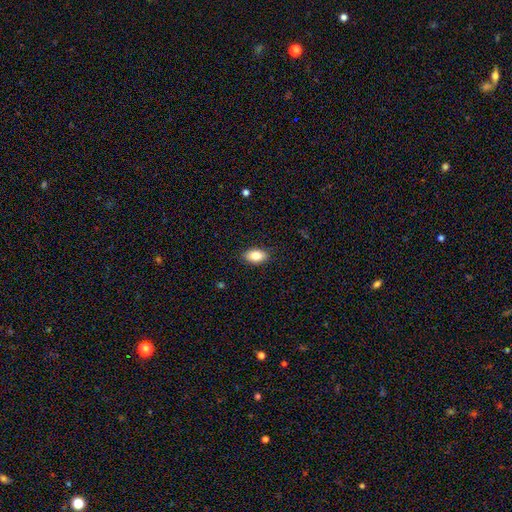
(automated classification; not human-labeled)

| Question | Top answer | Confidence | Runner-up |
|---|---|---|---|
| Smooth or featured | smooth | 83% | featured or disk (10%) |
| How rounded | in between | 91% | round (7%) |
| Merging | none | 88% | minor disturbance (9%) |